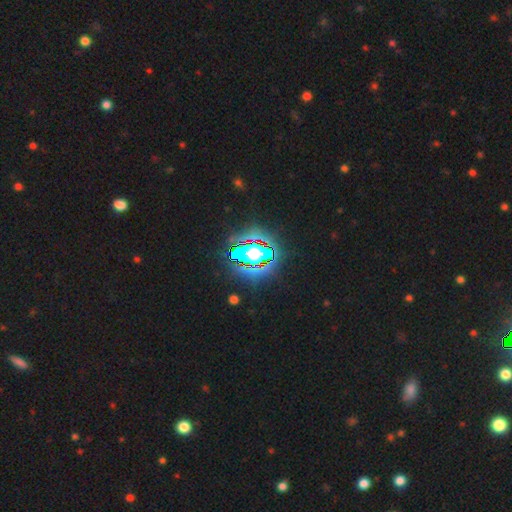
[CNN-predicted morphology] This is clearly a star or artifact rather than a galaxy (85%).